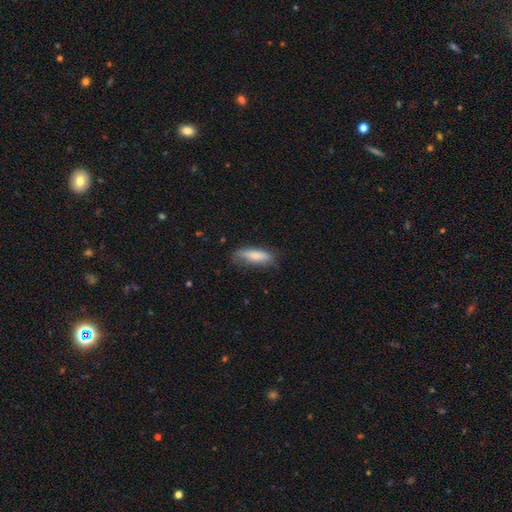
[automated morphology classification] smooth_or_featured: smooth (p=0.75) [alt: featured or disk p=0.19]
how_rounded: cigar-shaped (p=0.55) [alt: in between p=0.43]
merging: none (p=0.70) [alt: minor disturbance p=0.23]